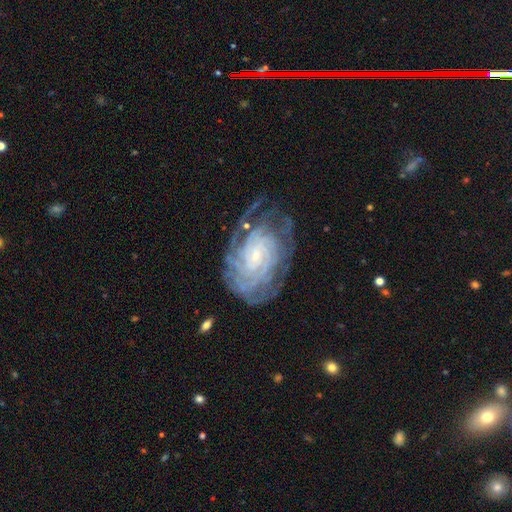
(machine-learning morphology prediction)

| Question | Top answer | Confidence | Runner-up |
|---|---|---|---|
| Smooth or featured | featured or disk | 87% | smooth (6%) |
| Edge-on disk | no | 97% | yes (3%) |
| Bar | no | 66% | weak (26%) |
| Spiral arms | yes | 97% | no (3%) |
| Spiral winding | tight | 80% | medium (17%) |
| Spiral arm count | can't tell | 31% | 4 (21%) |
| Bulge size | small | 84% | moderate (11%) |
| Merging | none | 69% | minor disturbance (19%) |